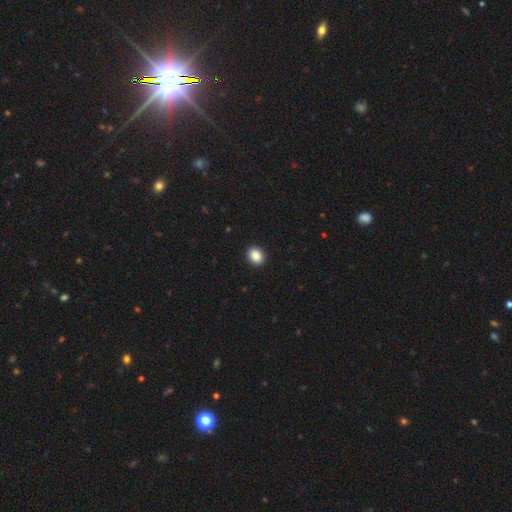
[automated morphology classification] Smooth or featured? Predicted: smooth (p=0.89). How rounded? Predicted: round (p=0.50). Merging? Predicted: none (p=0.92).